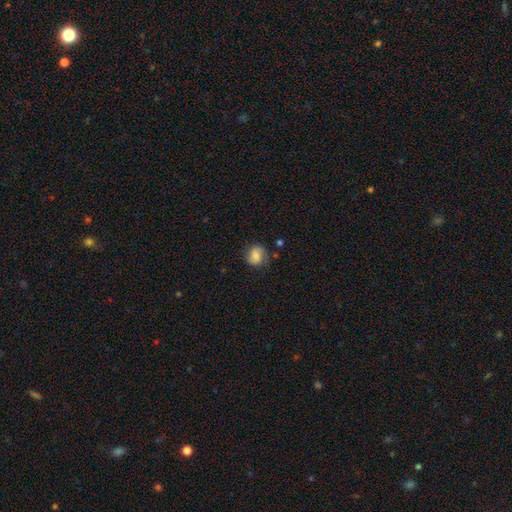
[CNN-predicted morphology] smooth_or_featured: smooth (p=0.71) [alt: featured or disk p=0.20]
how_rounded: round (p=0.72) [alt: in between p=0.27]
merging: none (p=0.68) [alt: minor disturbance p=0.22]